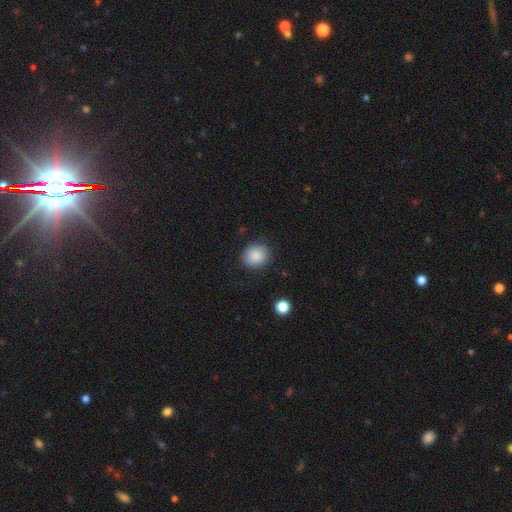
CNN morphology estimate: The model was most divided on "how rounded": round: 72%, in between: 27%, cigar-shaped: 1%. More confident: smooth or featured — smooth (85%); merging — none (81%).